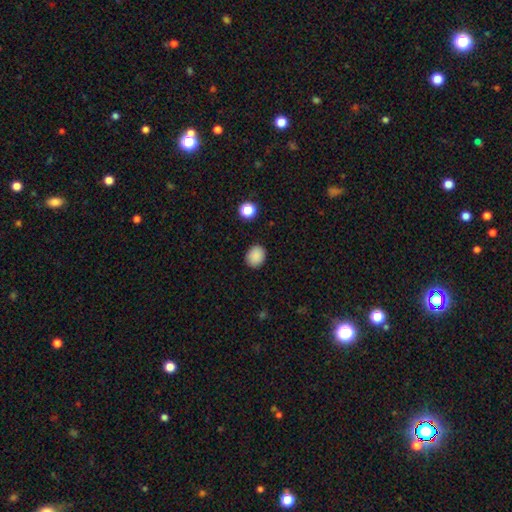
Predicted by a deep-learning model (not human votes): A smooth galaxy with no disk features (88%) that is round (61%).

Vote fractions:
- Smooth or featured? smooth: 88% / star or artifact: 10% / featured or disk: 3%
- How rounded? round: 61% / in between: 38% / cigar-shaped: 1%
- Merging? none: 88% / minor disturbance: 8% / major disturbance: 2% / merger: 1%